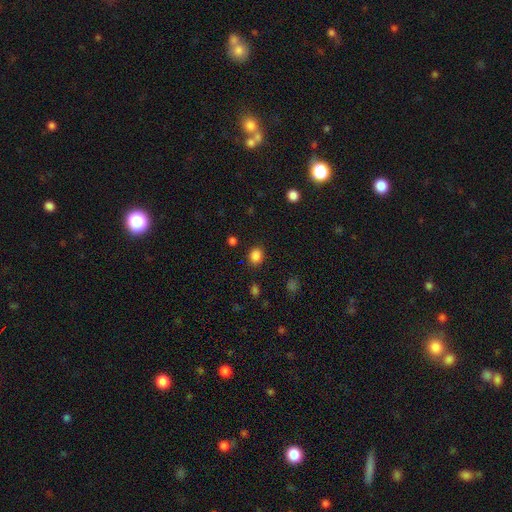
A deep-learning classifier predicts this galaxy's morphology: A smooth galaxy with no disk features (84%) that is round (60%).

Vote fractions:
- Smooth or featured? smooth: 84% / star or artifact: 12% / featured or disk: 4%
- How rounded? round: 60% / in between: 39% / cigar-shaped: 1%
- Merging? none: 86% / minor disturbance: 9% / major disturbance: 3% / merger: 2%